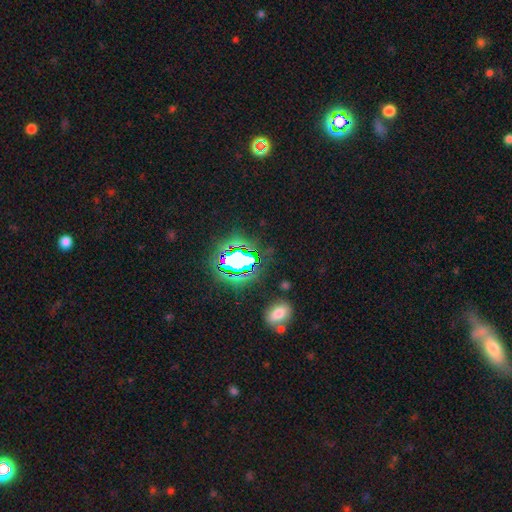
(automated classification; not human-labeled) star or artifact 79%, smooth 14%, featured or disk 8%.